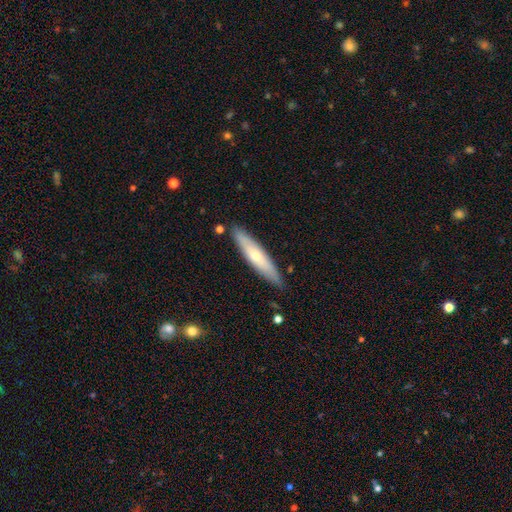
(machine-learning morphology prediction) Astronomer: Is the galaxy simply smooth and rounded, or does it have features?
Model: smooth — 55% (runner-up: featured or disk, 40%).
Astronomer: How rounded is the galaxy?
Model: cigar-shaped — 84%.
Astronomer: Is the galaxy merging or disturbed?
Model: none — 86%.